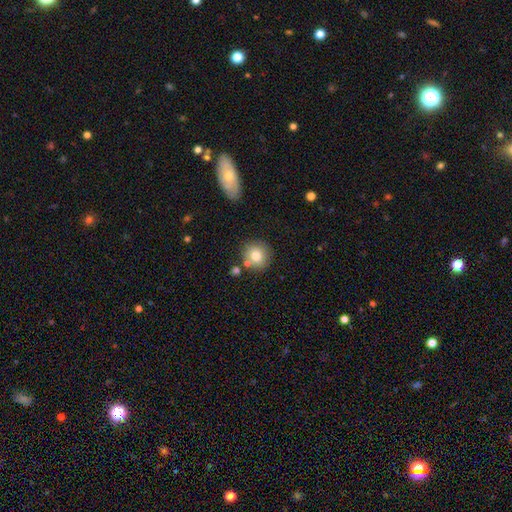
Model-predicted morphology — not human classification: This is likely a smooth galaxy (79%). How rounded: clearly round (90%). Merging: likely none (75%).